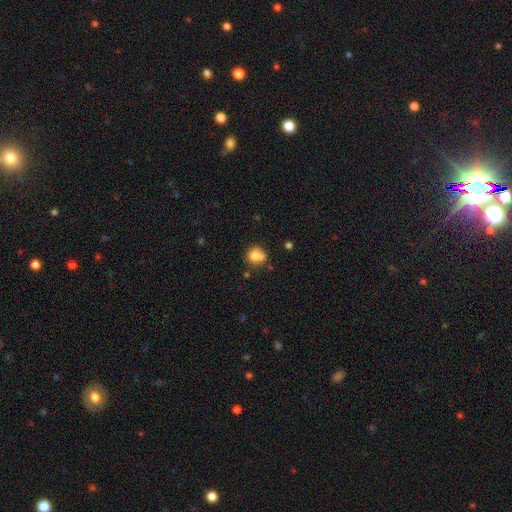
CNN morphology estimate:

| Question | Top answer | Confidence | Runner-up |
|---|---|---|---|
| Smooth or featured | smooth | 76% | featured or disk (13%) |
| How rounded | round | 74% | in between (25%) |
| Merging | none | 53% | minor disturbance (21%) |